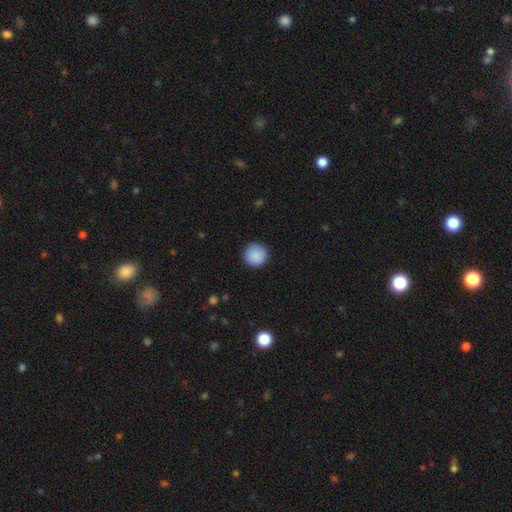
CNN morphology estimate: Smooth or featured? Predicted: smooth (p=0.89). How rounded? Predicted: round (p=0.95). Merging? Predicted: none (p=0.91).